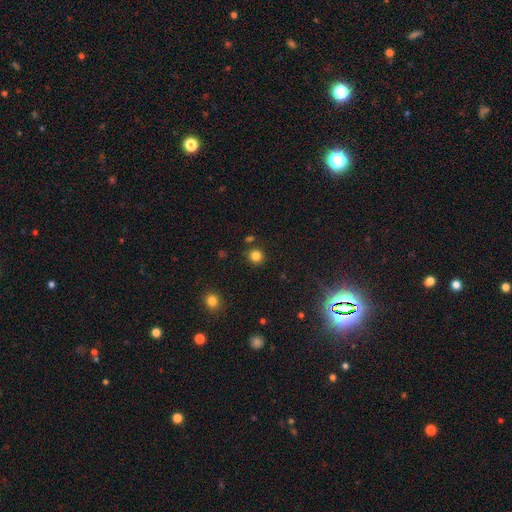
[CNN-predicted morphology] Smooth or featured? smooth (82%)
How rounded? round (92%)
Merging? none (87%)